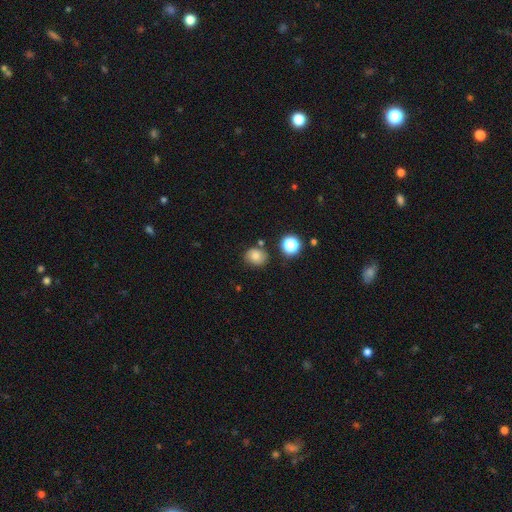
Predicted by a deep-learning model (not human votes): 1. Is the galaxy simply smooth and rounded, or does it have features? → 77% smooth, 14% star or artifact, 10% featured or disk.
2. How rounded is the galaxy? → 73% round, 26% in between, 1% cigar-shaped.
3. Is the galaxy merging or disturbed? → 76% none, 14% minor disturbance, 6% merger, 3% major disturbance.